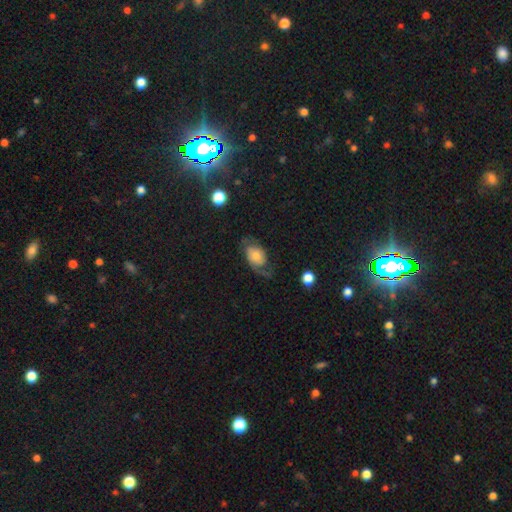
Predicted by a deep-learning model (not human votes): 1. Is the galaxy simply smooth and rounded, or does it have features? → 59% featured or disk, 33% smooth, 8% star or artifact.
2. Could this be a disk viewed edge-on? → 95% no, 5% yes.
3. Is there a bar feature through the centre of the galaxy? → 75% no, 20% weak, 4% strong.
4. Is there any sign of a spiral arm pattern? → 85% yes, 15% no.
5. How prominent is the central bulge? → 41% moderate, 36% small, 14% large, 5% none, 4% dominant.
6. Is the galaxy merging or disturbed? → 57% none, 22% minor disturbance, 19% major disturbance, 2% merger.